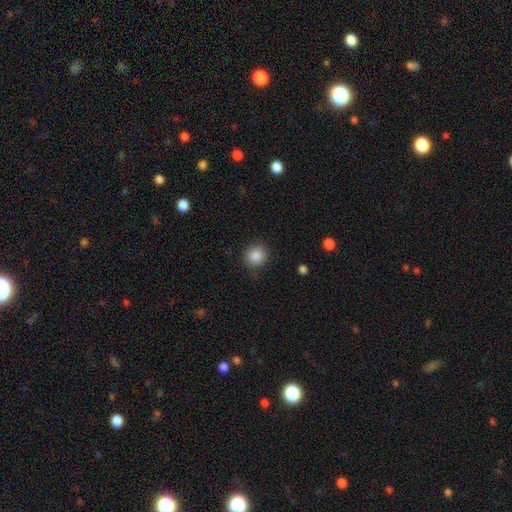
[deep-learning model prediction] This appears to be a smooth galaxy with no disk features (87%) that is round (90%). Merging: none (88%).